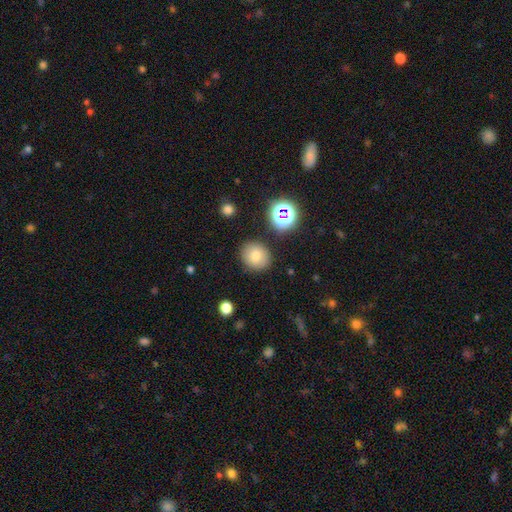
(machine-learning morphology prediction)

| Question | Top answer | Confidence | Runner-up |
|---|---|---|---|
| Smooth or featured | smooth | 75% | star or artifact (16%) |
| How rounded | round | 77% | in between (22%) |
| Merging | none | 87% | minor disturbance (8%) |